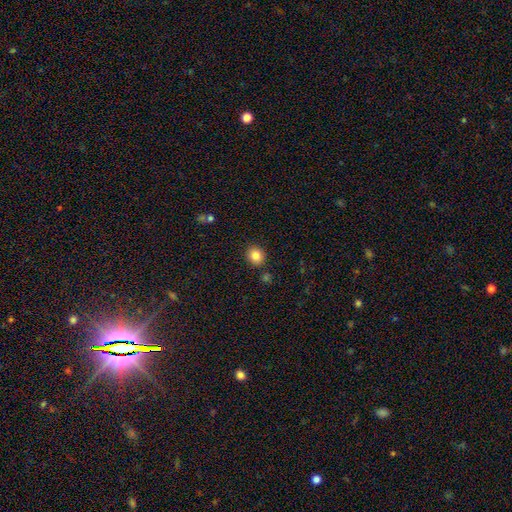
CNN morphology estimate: smooth-or-featured: smooth: 84% | star or artifact: 11% | featured or disk: 6%
  how-rounded: round: 79% | in between: 20% | cigar-shaped: 1%
  merging: none: 87% | minor disturbance: 7% | merger: 3% | major disturbance: 2%